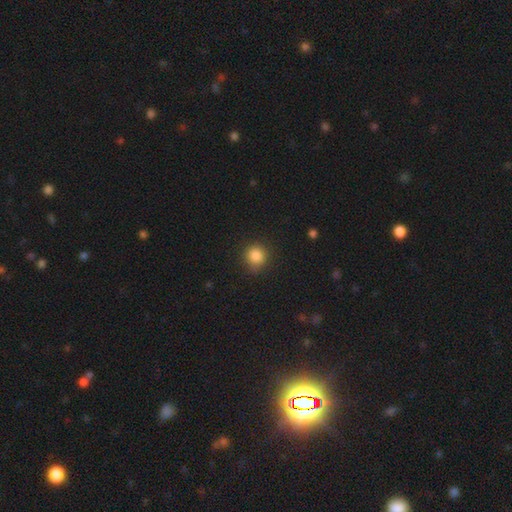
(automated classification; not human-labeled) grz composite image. It shows a smooth galaxy with no disk features (85%) that is round (89%). Merging: none (82%).